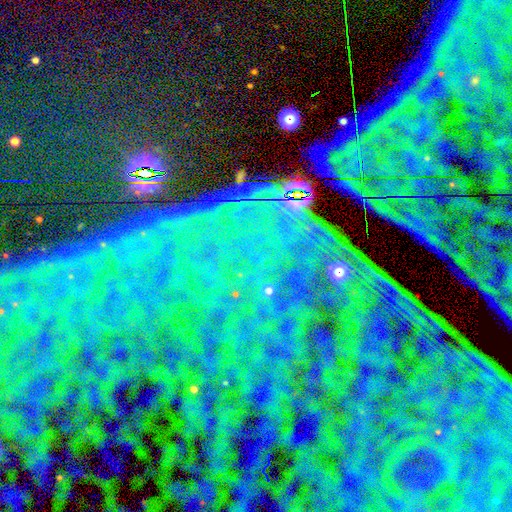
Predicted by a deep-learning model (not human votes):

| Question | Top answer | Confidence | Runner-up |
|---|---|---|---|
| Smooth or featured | star or artifact | 85% | featured or disk (8%) |